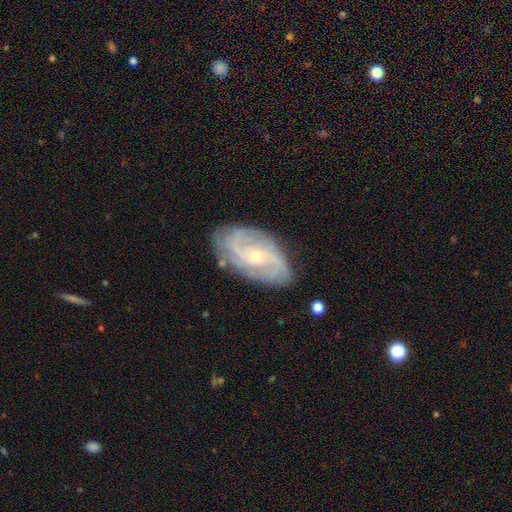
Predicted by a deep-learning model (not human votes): The model was most divided on "spiral winding": tight: 46%, medium: 40%, loose: 14%. Remaining: edge-on disk — no (95%); spiral arms — yes (95%); smooth or featured — featured or disk (85%); merging — none (78%); bulge size — small (73%); bar — no (62%); spiral arm count — 2 (35%).